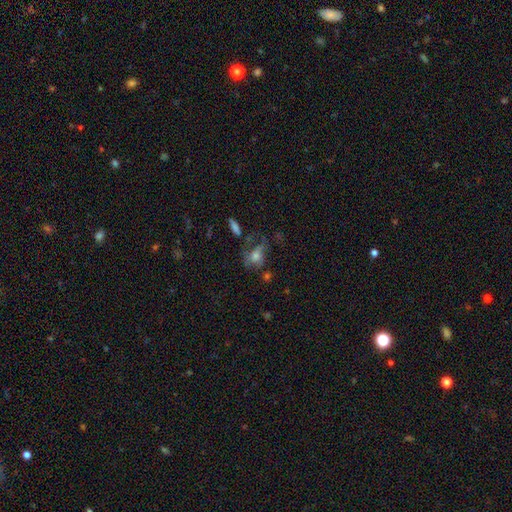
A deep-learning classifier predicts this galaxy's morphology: A smooth galaxy with no disk features (48%).

Vote fractions:
- Smooth or featured? smooth: 48% / featured or disk: 35% / star or artifact: 17%
- Merging? none: 39% / major disturbance: 29% / minor disturbance: 22% / merger: 10%